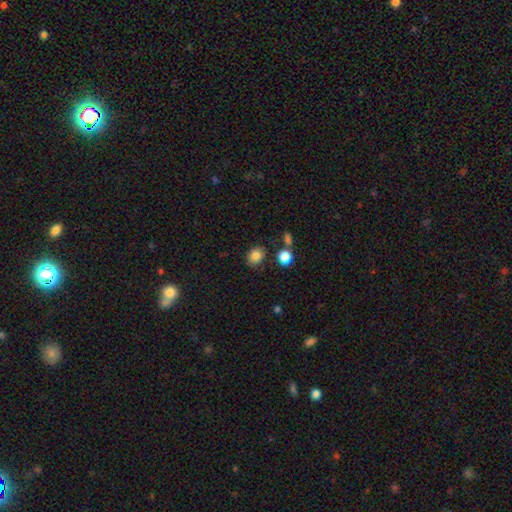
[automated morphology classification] The model was most divided on "how rounded": round: 51%, in between: 48%, cigar-shaped: 1%. More confident: smooth or featured — smooth (83%); merging — none (74%).